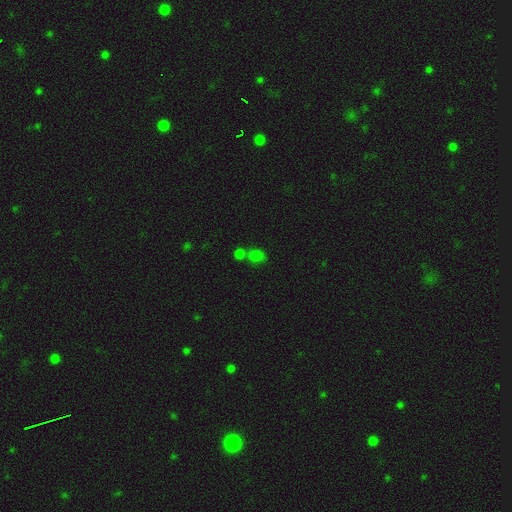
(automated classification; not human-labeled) A smooth galaxy with no disk features (70%) that is round (60%). Merging: none (50%).